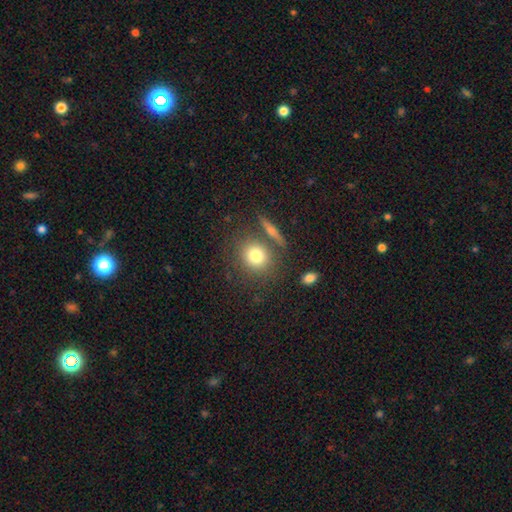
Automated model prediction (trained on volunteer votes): This is likely a smooth galaxy (78%). How rounded: clearly round (81%). Merging: likely none (72%).